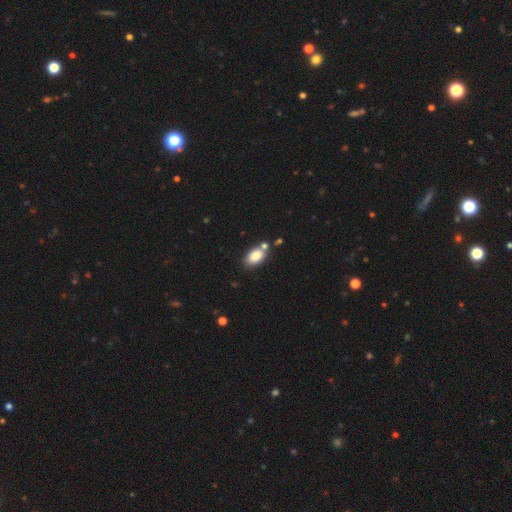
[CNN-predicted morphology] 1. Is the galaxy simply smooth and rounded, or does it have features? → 83% smooth, 9% featured or disk, 8% star or artifact.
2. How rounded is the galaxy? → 91% in between, 7% round, 2% cigar-shaped.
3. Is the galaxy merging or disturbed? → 63% none, 19% merger, 14% minor disturbance, 4% major disturbance.